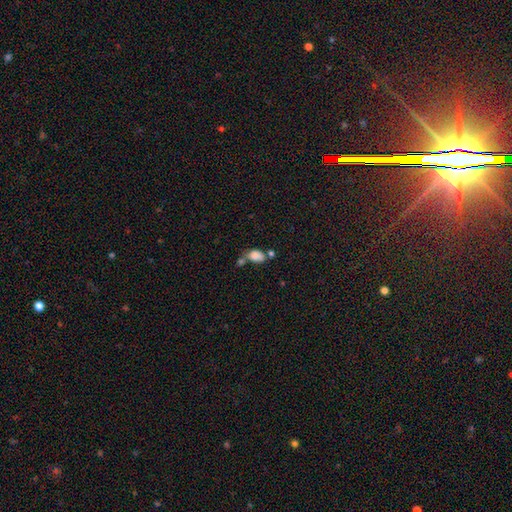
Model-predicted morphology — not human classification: This appears to be a smooth galaxy with no disk features (82%) that is in between round and cigar-shaped (85%). Merging: merger (41%).